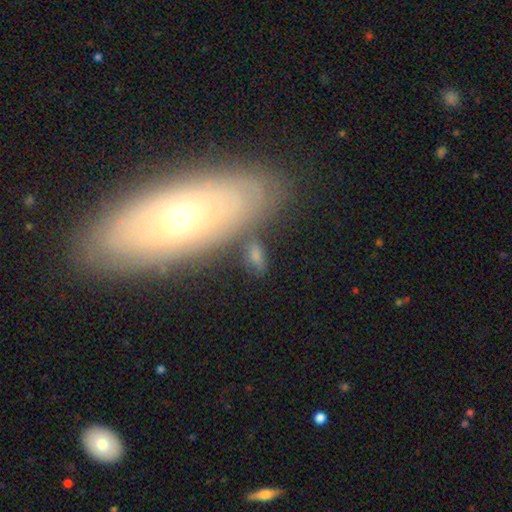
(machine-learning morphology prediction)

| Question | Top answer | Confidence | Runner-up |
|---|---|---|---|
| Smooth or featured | smooth | 60% | featured or disk (21%) |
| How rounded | in between | 72% | cigar-shaped (17%) |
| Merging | none | 64% | minor disturbance (17%) |